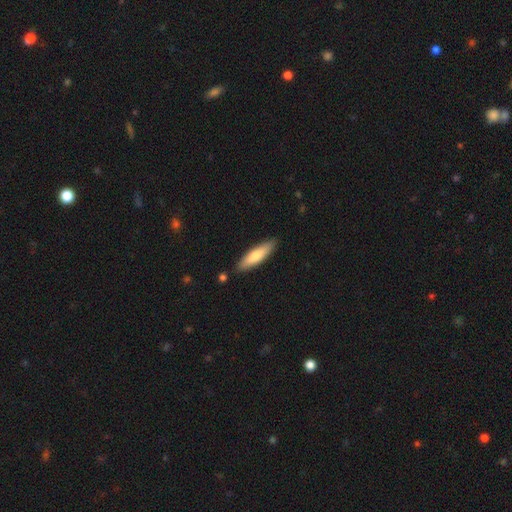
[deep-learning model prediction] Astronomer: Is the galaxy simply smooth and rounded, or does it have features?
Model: smooth — 72%.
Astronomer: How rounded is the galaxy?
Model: cigar-shaped — 68%.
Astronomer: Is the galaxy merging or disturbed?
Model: none — 86%.